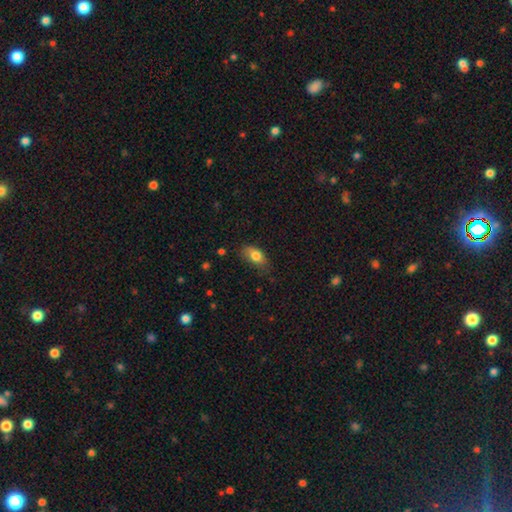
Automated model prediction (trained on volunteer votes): Smooth or featured? Predicted: smooth (p=0.80). How rounded? Predicted: in between (p=0.87). Merging? Predicted: none (p=0.65).